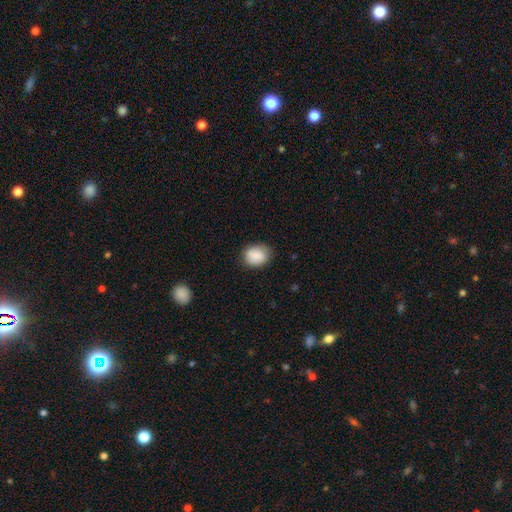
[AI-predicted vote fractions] Morphology: type=smooth (86%); roundness=in between (51%); merging=none (78%).